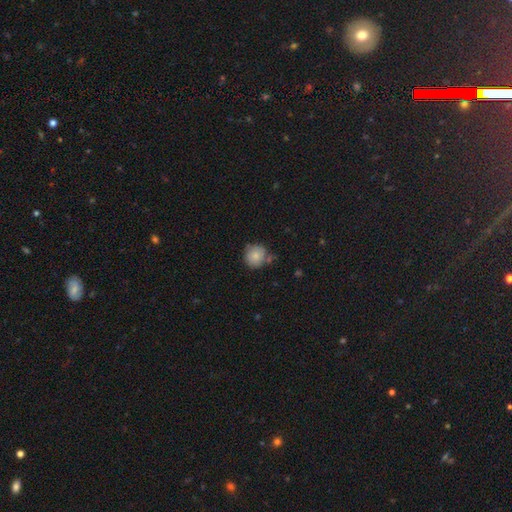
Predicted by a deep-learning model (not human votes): This is clearly a smooth galaxy (83%). How rounded: clearly round (91%). Merging: likely none (72%).